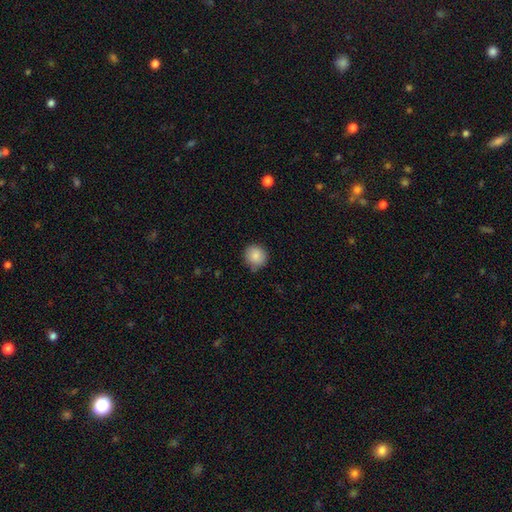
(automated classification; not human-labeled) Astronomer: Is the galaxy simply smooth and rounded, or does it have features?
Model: smooth — 87%.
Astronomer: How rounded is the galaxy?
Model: round — 91%.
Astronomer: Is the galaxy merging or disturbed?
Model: none — 82%.